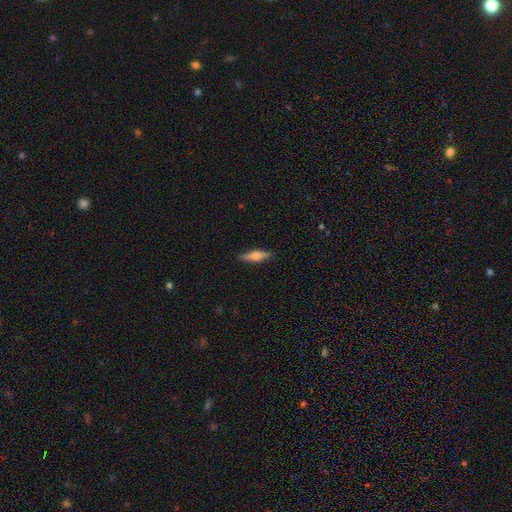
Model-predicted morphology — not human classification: A featured or disk galaxy (48%).

Vote fractions:
- Smooth or featured? featured or disk: 48% / smooth: 45% / star or artifact: 6%
- Merging? none: 89% / minor disturbance: 8% / major disturbance: 2% / merger: 1%